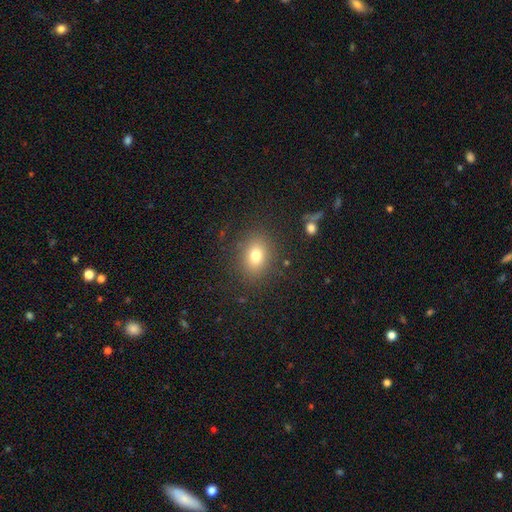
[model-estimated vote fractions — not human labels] smooth_or_featured: smooth (p=0.77) [alt: star or artifact p=0.13]
how_rounded: in between (p=0.55) [alt: round p=0.44]
merging: none (p=0.84) [alt: minor disturbance p=0.10]